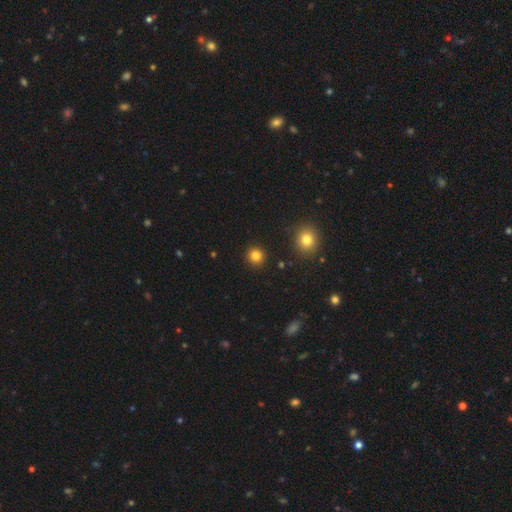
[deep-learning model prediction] The model was most divided on "smooth or featured": smooth: 83%, star or artifact: 12%, featured or disk: 5%. More confident: how rounded — round (93%); merging — none (91%).